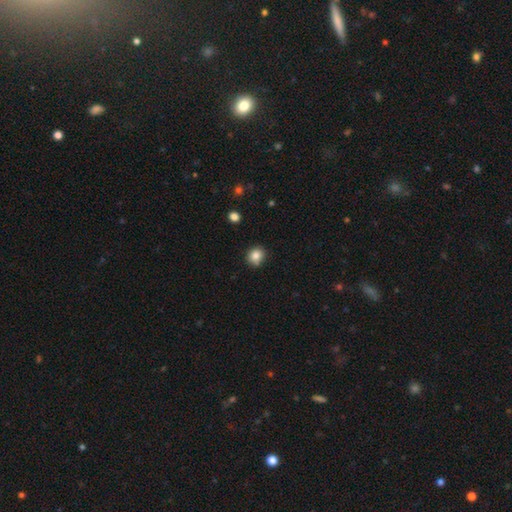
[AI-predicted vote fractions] The model was most divided on "how rounded": round: 80%, in between: 19%, cigar-shaped: 1%. More confident: smooth or featured — smooth (84%); merging — none (83%).